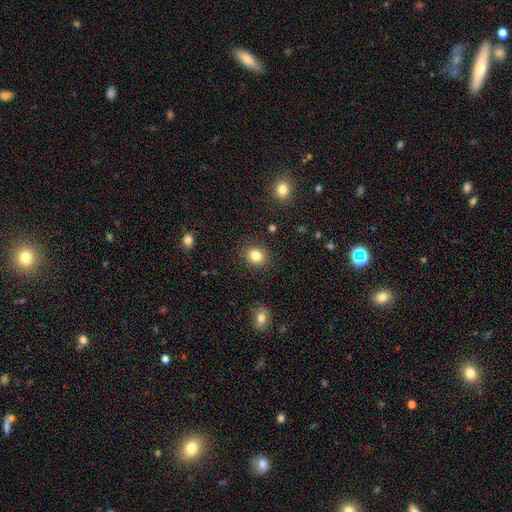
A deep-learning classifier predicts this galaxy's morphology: This is clearly a smooth galaxy (83%). How rounded: likely round (76%). Merging: clearly none (89%).